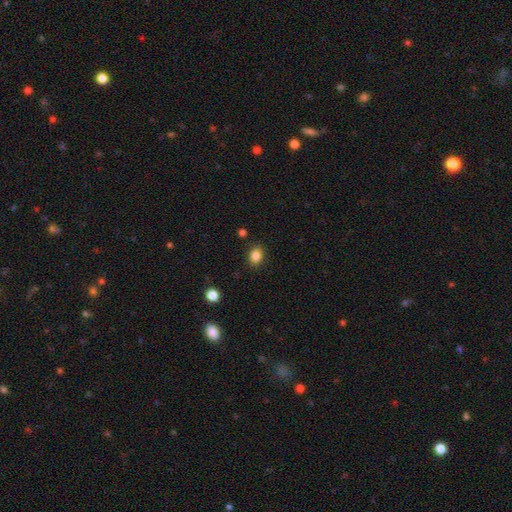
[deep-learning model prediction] smooth_or_featured: smooth (p=0.85) [alt: star or artifact p=0.10]
how_rounded: in between (p=0.71) [alt: round p=0.28]
merging: none (p=0.87) [alt: minor disturbance p=0.09]